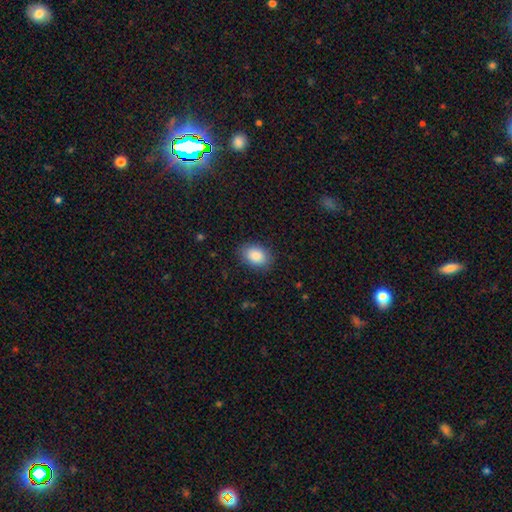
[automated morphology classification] type=smooth (88%); roundness=in between (77%); merging=none (85%).